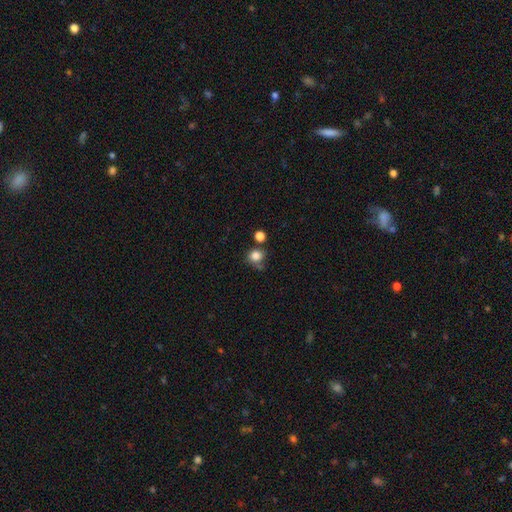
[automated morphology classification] This is clearly a smooth galaxy (82%). How rounded: likely round (79%). Merging: possibly none (57%).